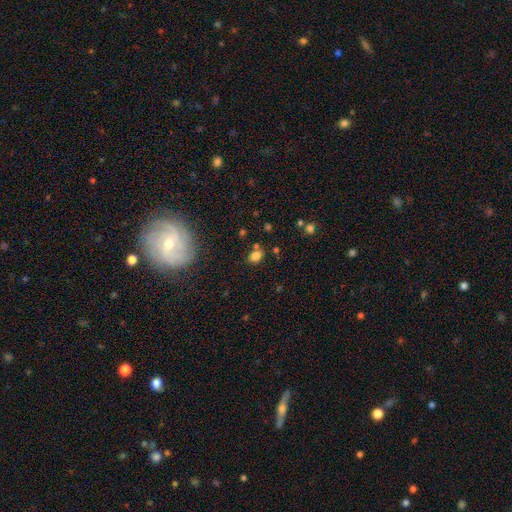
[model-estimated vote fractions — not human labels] Smooth or featured: smooth — 79% (star or artifact — 14%)
How rounded: in between — 66% (round — 33%)
Merging: none — 72% (minor disturbance — 14%)